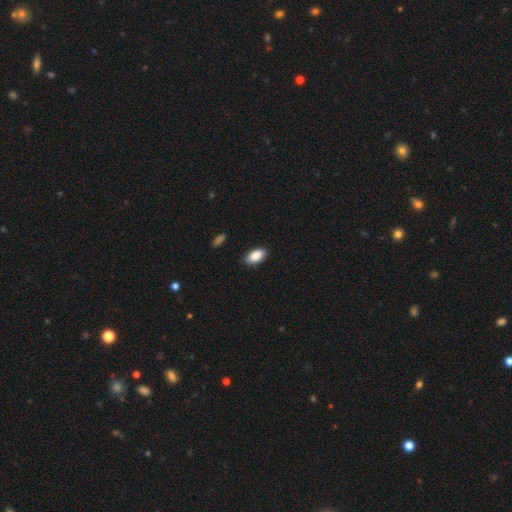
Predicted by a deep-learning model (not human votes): Q: Smooth or featured?
A: smooth (88%); runner-up: star or artifact (7%)
Q: How rounded?
A: in between (94%); runner-up: round (3%)
Q: Merging?
A: none (88%); runner-up: minor disturbance (9%)